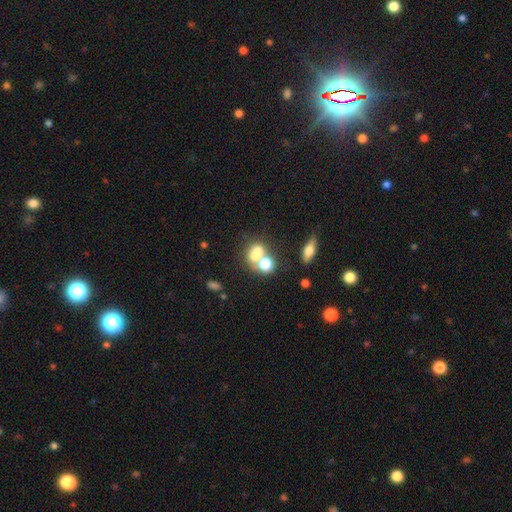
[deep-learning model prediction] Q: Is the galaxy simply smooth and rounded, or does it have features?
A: smooth — 65%.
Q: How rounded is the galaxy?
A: in between — 49%, tied with round.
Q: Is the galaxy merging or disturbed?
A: merger — 56%.